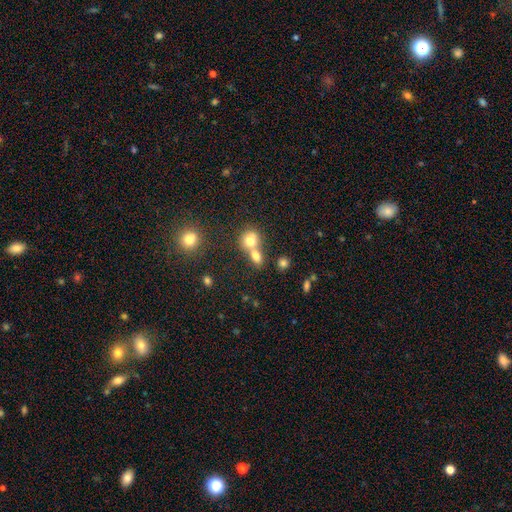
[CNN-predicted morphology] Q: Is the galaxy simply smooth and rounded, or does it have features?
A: smooth — 74%.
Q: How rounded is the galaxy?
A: round — 53%.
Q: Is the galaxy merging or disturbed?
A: merger — 58%.